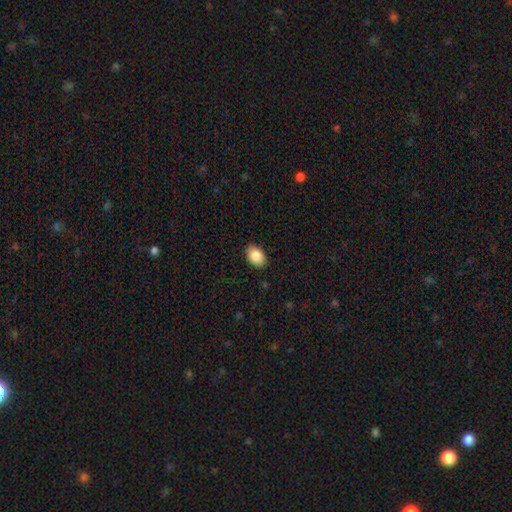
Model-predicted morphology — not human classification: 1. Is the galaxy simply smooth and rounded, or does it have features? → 88% smooth, 7% star or artifact, 5% featured or disk.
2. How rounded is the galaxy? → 86% in between, 12% round, 1% cigar-shaped.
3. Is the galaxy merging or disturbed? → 88% none, 9% minor disturbance, 2% major disturbance, 1% merger.